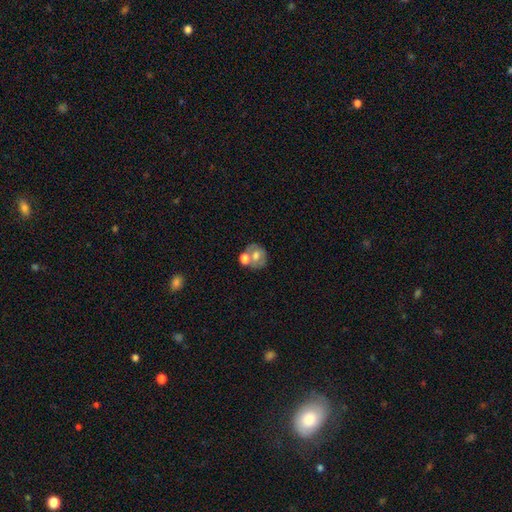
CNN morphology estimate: Smooth or featured?
  - smooth: 57% *
  - featured or disk: 35%
  - star or artifact: 9%
How rounded?
  - round: 68% *
  - in between: 31%
  - cigar-shaped: 1%
Merging?
  - none: 42% *
  - merger: 41%
  - minor disturbance: 12%
  - major disturbance: 5%